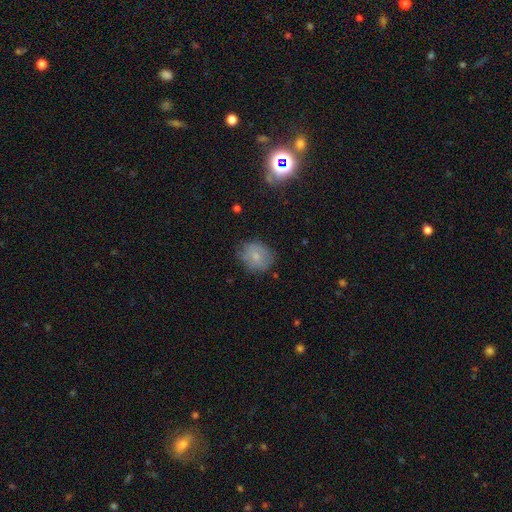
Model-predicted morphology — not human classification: This appears to be a smooth galaxy with no disk features (69%) that is round (67%). Merging: none (71%).